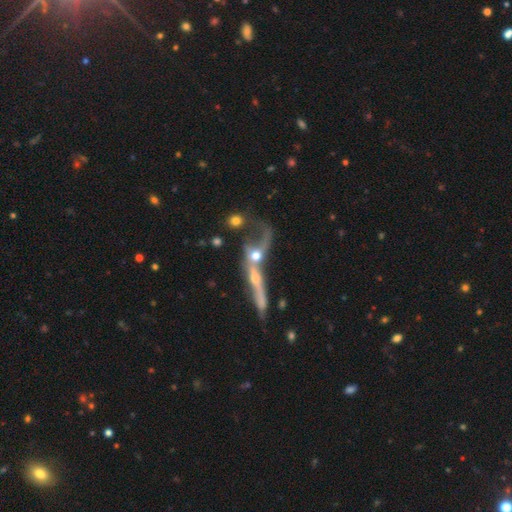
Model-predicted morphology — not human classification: Smooth or featured?
  - featured or disk: 54% *
  - smooth: 33%
  - star or artifact: 13%
Edge-on disk?
  - no: 67% *
  - yes: 33%
Merging?
  - merger: 69% *
  - none: 13%
  - major disturbance: 12%
  - minor disturbance: 6%